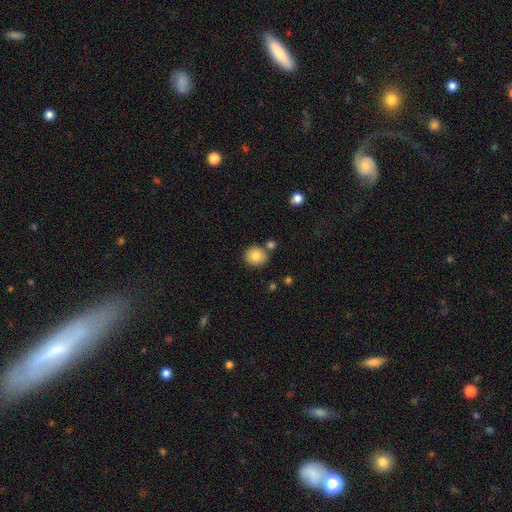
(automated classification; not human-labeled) Q: Smooth or featured?
A: smooth (82%); runner-up: star or artifact (9%)
Q: How rounded?
A: round (85%); runner-up: in between (14%)
Q: Merging?
A: none (74%); runner-up: merger (13%)